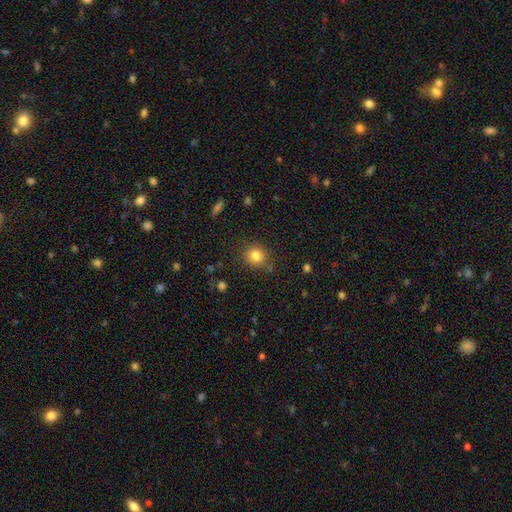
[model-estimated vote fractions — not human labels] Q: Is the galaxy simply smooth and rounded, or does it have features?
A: smooth — 82%.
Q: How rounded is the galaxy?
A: round — 88%.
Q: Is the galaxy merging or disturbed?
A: none — 83%.